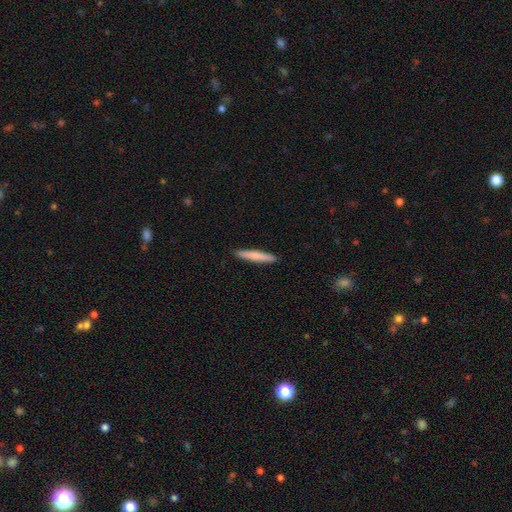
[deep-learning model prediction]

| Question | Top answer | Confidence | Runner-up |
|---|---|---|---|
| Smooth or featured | smooth | 72% | featured or disk (23%) |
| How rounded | cigar-shaped | 94% | in between (4%) |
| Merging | none | 92% | minor disturbance (6%) |